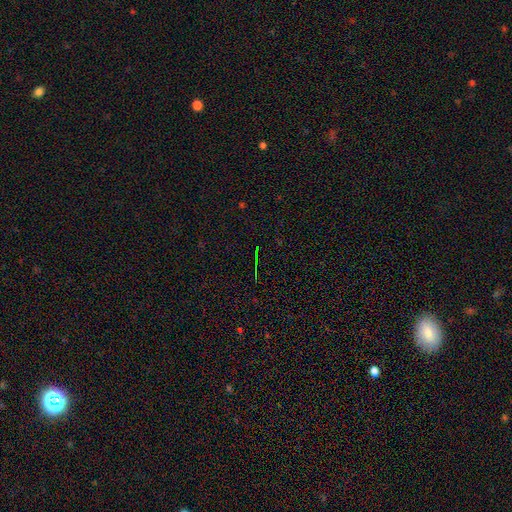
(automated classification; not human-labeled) Overall: star or artifact (75%).